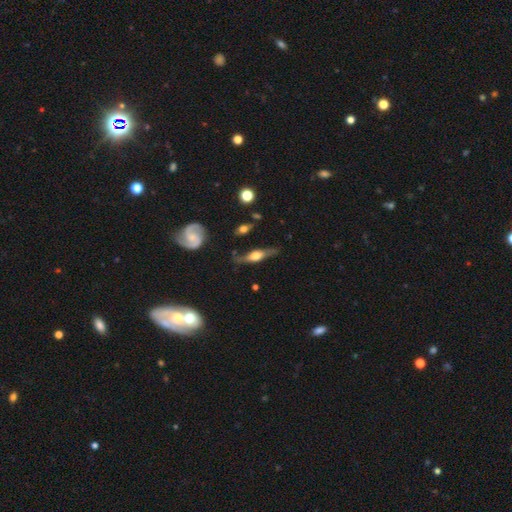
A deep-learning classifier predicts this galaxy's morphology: featured or disk 70%, smooth 24%, star or artifact 6%. Down the decision tree: edge-on disk — yes (85%); edge-on bulge — rounded (88%); merging — none (70%).